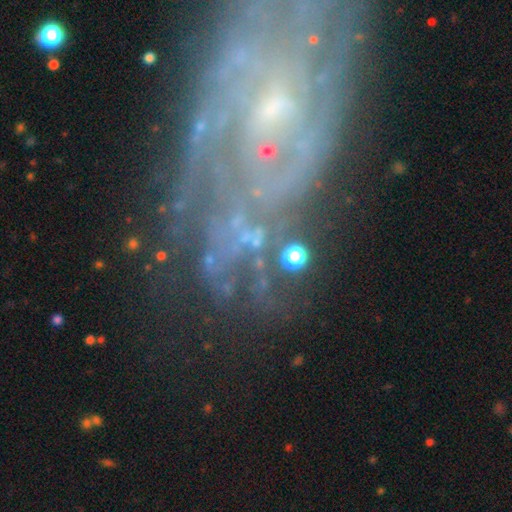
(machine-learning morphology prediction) The model was most divided on "spiral arm count": can't tell: 43%, 2: 22%, 3: 12%, 4: 8%, more than 4: 8%, 1: 7%. More confident: edge-on disk — no (95%); spiral arms — yes (87%); smooth or featured — featured or disk (80%); bulge size — small (69%); merging — none (65%); bar — no (58%); spiral winding — tight (57%).